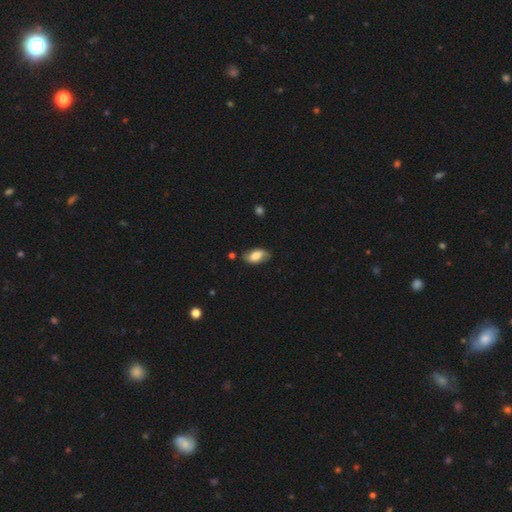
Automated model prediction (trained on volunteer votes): This appears to be a smooth galaxy with no disk features (66%) that is in between round and cigar-shaped (92%). Merging: none (74%).